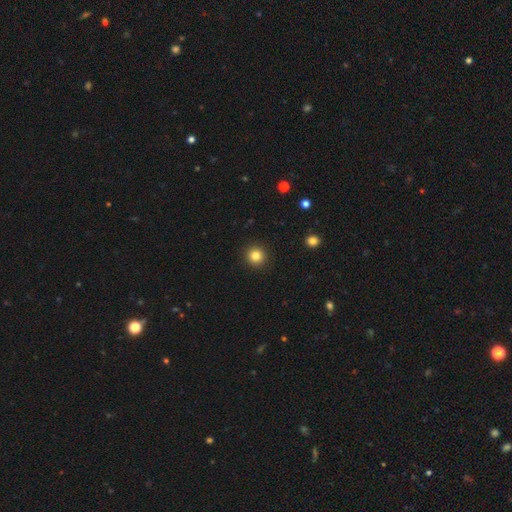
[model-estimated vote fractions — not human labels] Morphology: type=smooth (83%); roundness=round (94%); merging=none (93%).